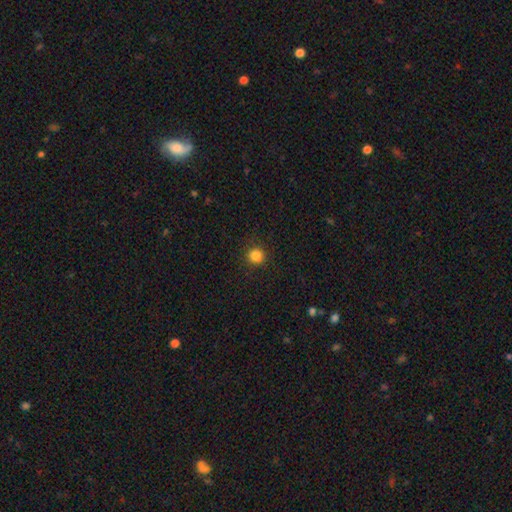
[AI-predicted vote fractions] Smooth or featured? Predicted: smooth (p=0.85). How rounded? Predicted: round (p=0.92). Merging? Predicted: none (p=0.90).